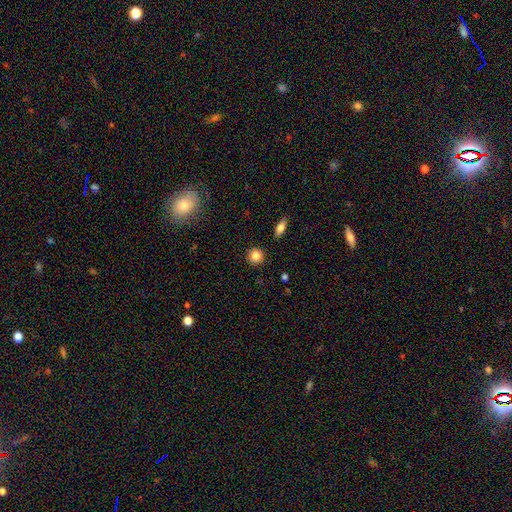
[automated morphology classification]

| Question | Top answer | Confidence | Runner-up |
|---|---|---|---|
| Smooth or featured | smooth | 84% | star or artifact (10%) |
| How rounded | round | 92% | in between (7%) |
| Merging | none | 91% | minor disturbance (6%) |